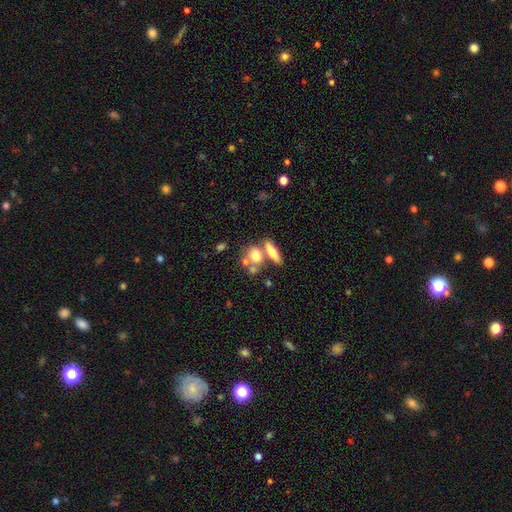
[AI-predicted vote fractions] A smooth galaxy with no disk features (68%) that is in between round and cigar-shaped (52%).

Vote fractions:
- Smooth or featured? smooth: 68% / featured or disk: 23% / star or artifact: 9%
- How rounded? in between: 52% / round: 36% / cigar-shaped: 12%
- Merging? merger: 43% / none: 42% / minor disturbance: 10% / major disturbance: 5%